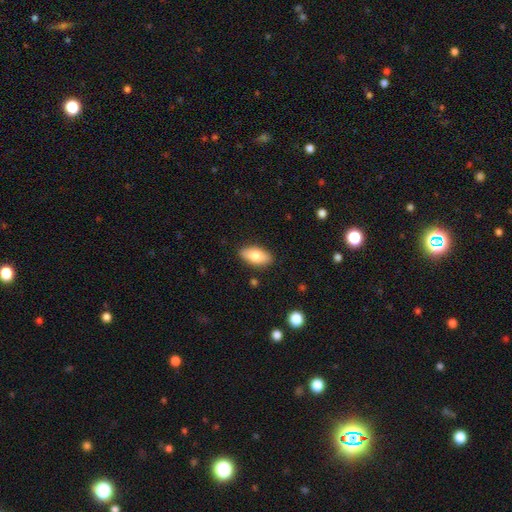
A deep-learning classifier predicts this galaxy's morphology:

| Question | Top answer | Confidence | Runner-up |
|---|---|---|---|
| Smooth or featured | smooth | 80% | featured or disk (14%) |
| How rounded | in between | 90% | cigar-shaped (7%) |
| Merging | none | 87% | minor disturbance (10%) |